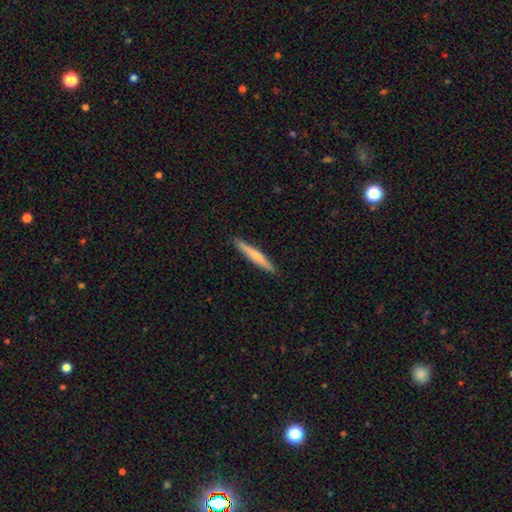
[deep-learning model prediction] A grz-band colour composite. It shows a smooth galaxy with no disk features (58%) that is cigar-shaped (95%). Merging: none (91%).